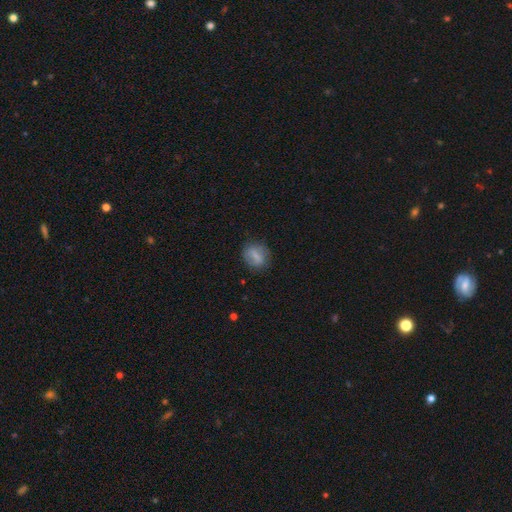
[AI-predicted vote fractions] Overall: smooth (67%). How rounded: round (56%; in between 42%). Merging: none (78%).